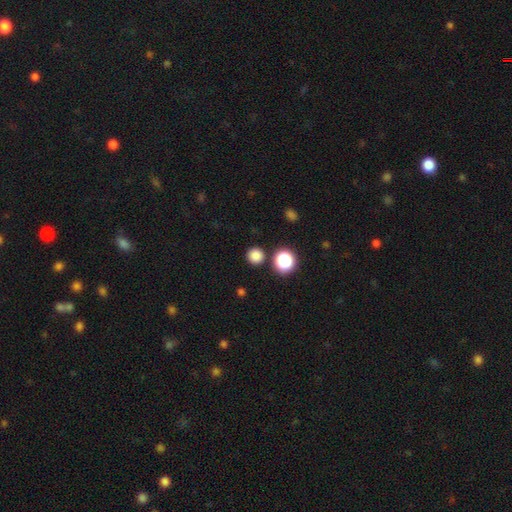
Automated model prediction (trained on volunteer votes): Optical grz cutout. It shows a smooth galaxy with no disk features (82%) that is round (95%). Merging: none (89%).